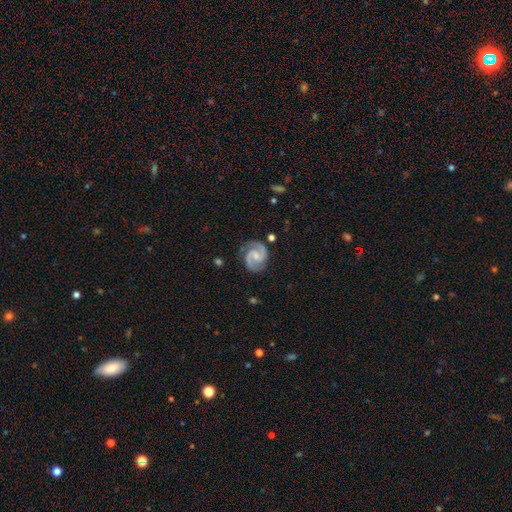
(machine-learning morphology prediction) type=featured or disk (92%); edge-on=no (98%); bar=no (45%); spiral arms=yes (98%); winding=medium (56%); arm count=2 (94%); bulge=small (53%); merging=none (83%).